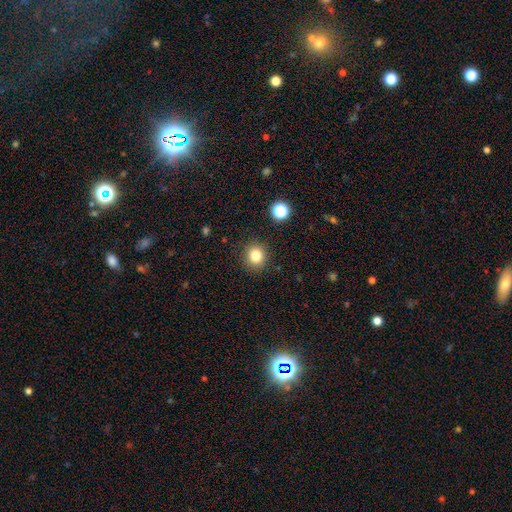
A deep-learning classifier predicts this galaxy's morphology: A smooth galaxy with no disk features (82%) that is round (84%).

Vote fractions:
- Smooth or featured? smooth: 82% / star or artifact: 12% / featured or disk: 6%
- How rounded? round: 84% / in between: 15% / cigar-shaped: 1%
- Merging? none: 89% / minor disturbance: 7% / major disturbance: 3% / merger: 2%